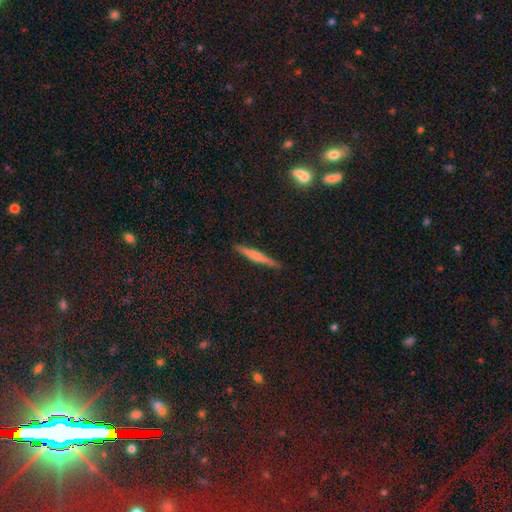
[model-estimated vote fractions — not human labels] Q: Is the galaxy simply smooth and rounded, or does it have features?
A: smooth — 46%.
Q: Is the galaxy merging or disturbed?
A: none — 90%.